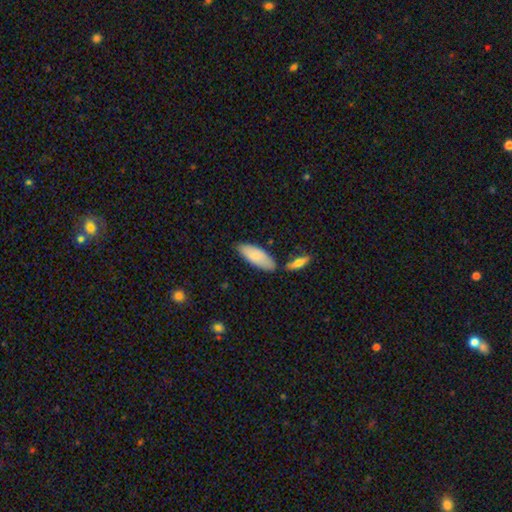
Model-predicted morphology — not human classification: Smooth or featured: smooth — 81% (featured or disk — 14%)
How rounded: in between — 75% (cigar-shaped — 24%)
Merging: none — 70% (minor disturbance — 17%)